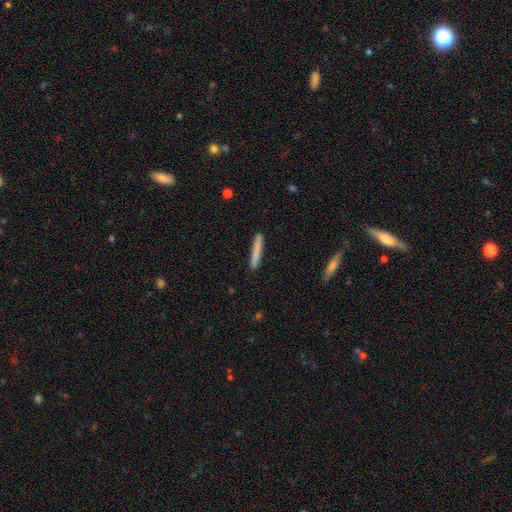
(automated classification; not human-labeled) Smooth or featured?
  - smooth: 77% *
  - featured or disk: 17%
  - star or artifact: 6%
How rounded?
  - cigar-shaped: 96% *
  - in between: 3%
  - round: 1%
Merging?
  - none: 90% *
  - minor disturbance: 7%
  - major disturbance: 1%
  - merger: 1%